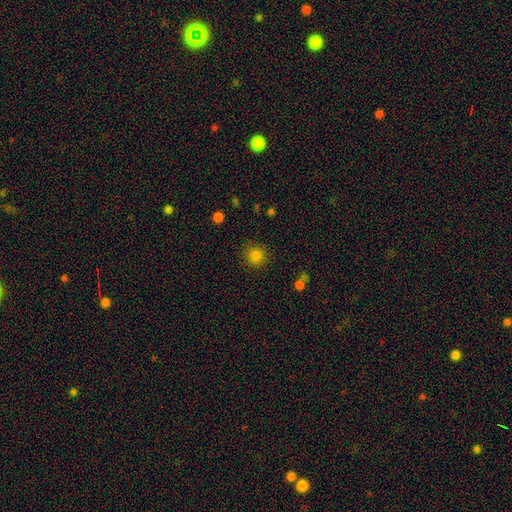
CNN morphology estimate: A smooth galaxy with no disk features (83%) that is round (93%).

Vote fractions:
- Smooth or featured? smooth: 83% / star or artifact: 12% / featured or disk: 4%
- How rounded? round: 93% / in between: 6% / cigar-shaped: 1%
- Merging? none: 88% / minor disturbance: 8% / major disturbance: 3% / merger: 2%